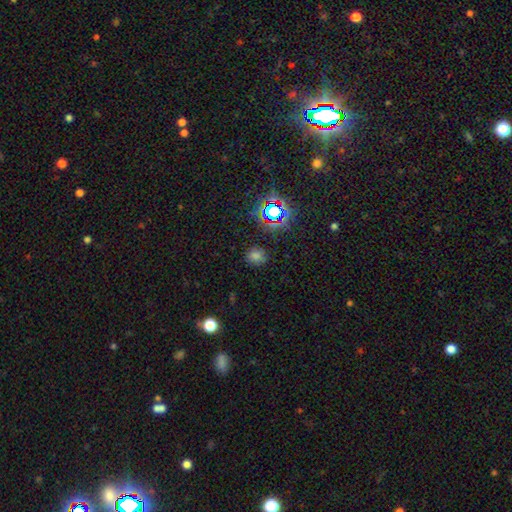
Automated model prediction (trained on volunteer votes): This appears to be a smooth galaxy with no disk features (62%) that is round (68%). Merging: none (86%).